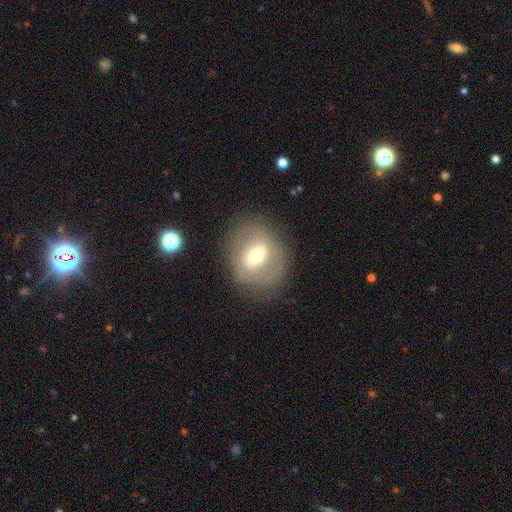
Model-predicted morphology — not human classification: Overall: featured or disk (53%; smooth 38%). Edge-on disk: no (92%). Merging: none (75%).